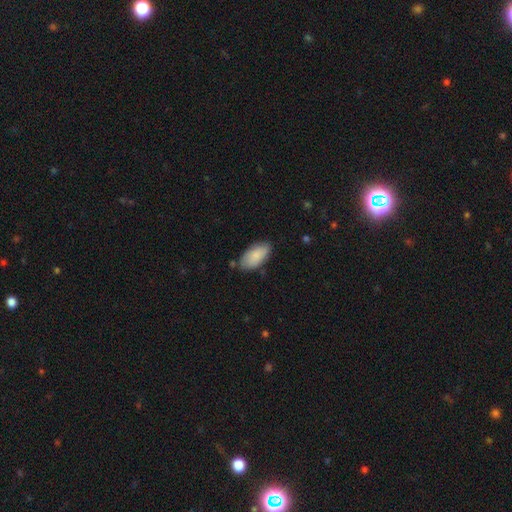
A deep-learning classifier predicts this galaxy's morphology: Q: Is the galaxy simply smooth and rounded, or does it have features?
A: smooth — 82%.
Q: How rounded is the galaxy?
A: in between — 94%.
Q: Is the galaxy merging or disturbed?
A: none — 73%.